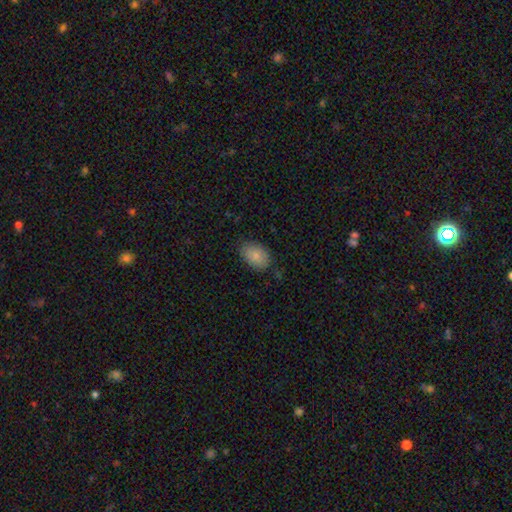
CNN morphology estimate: A smooth galaxy with no disk features (85%) that is in between round and cigar-shaped (83%).

Vote fractions:
- Smooth or featured? smooth: 85% / featured or disk: 8% / star or artifact: 7%
- How rounded? in between: 83% / round: 16% / cigar-shaped: 1%
- Merging? none: 78% / minor disturbance: 18% / major disturbance: 3% / merger: 1%